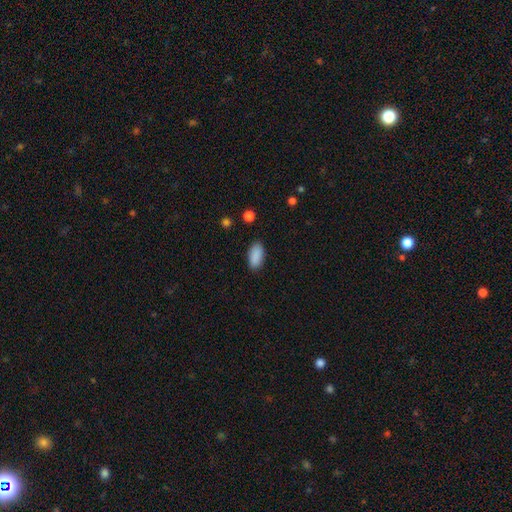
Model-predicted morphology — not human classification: smooth 90%, star or artifact 7%, featured or disk 3%. Down the decision tree: how rounded — in between (93%); merging — none (87%).